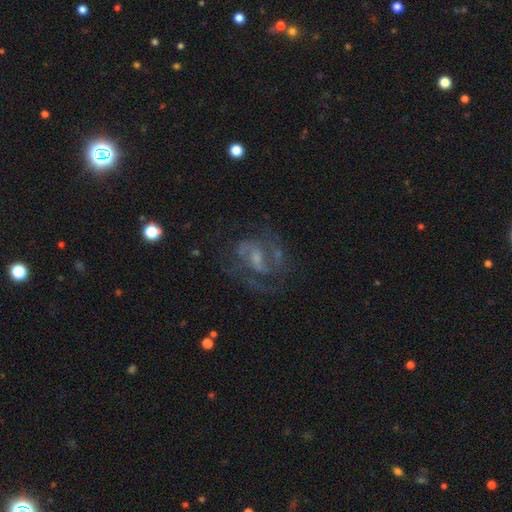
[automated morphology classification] A featured or disk galaxy (79%) with a weak bar (50%), 2 (70%) medium (54%) spiral arms (88%) and a small central bulge (53%).

Vote fractions:
- Smooth or featured? featured or disk: 79% / star or artifact: 11% / smooth: 10%
- Edge-on disk? no: 97% / yes: 3%
- Bar? weak: 50% / no: 32% / strong: 17%
- Spiral arms? yes: 88% / no: 12%
- Spiral winding? medium: 54% / tight: 24% / loose: 22%
- Spiral arm count? 2: 70% / can't tell: 14% / 3: 7% / 1: 4% / 4: 2% / more than 4: 2%
- Bulge size? small: 53% / moderate: 26% / none: 18% / large: 3% / dominant: 1%
- Merging? none: 63% / major disturbance: 17% / minor disturbance: 17% / merger: 3%